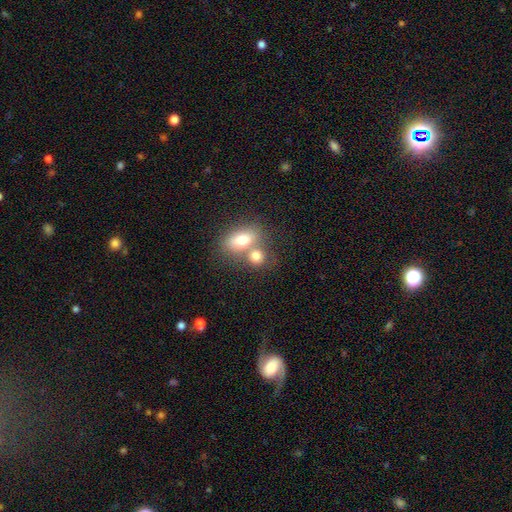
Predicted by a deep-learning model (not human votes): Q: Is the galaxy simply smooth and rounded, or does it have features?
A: smooth — 76%.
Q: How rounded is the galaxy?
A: in between — 53%.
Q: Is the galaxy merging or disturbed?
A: merger — 54%.